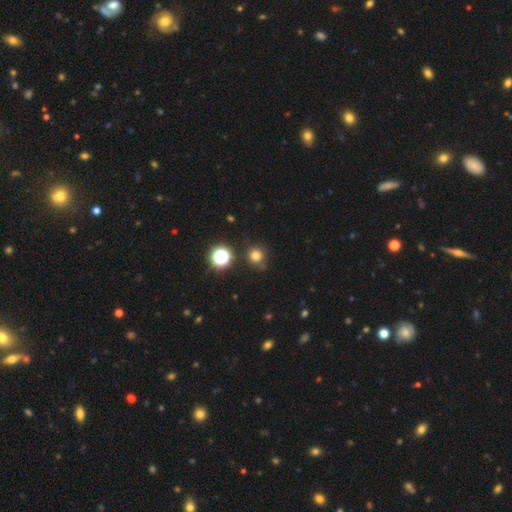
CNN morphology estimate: This is likely a smooth galaxy (77%). How rounded: clearly round (91%). Merging: likely none (80%).